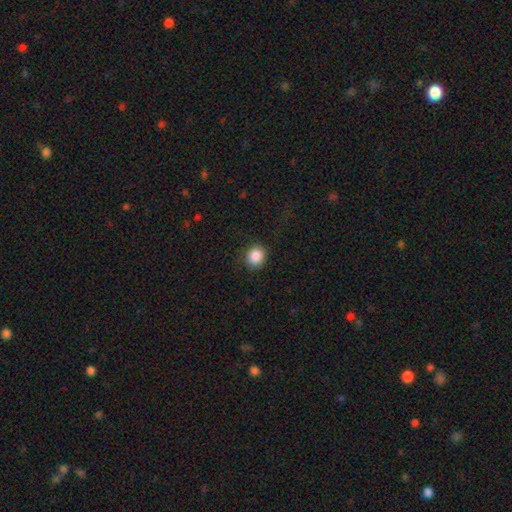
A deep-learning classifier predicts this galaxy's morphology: Q: Smooth or featured?
A: smooth (87%); runner-up: star or artifact (9%)
Q: How rounded?
A: round (83%); runner-up: in between (16%)
Q: Merging?
A: none (86%); runner-up: minor disturbance (10%)